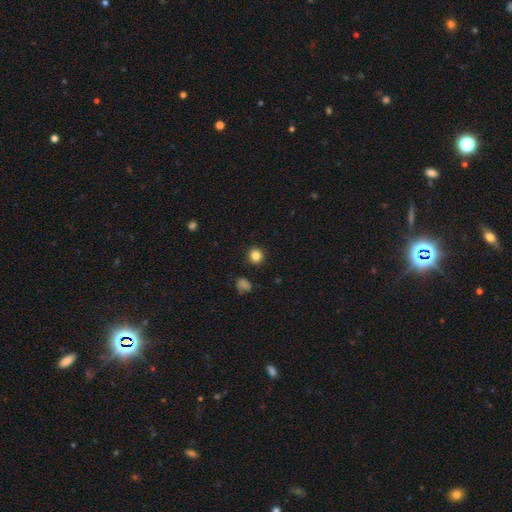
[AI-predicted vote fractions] Smooth or featured: smooth — 84% (star or artifact — 11%)
How rounded: round — 90% (in between — 9%)
Merging: none — 91% (minor disturbance — 6%)